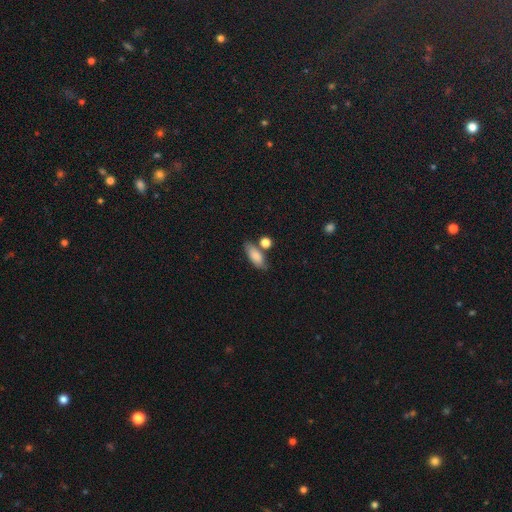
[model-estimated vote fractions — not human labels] Q: Smooth or featured?
A: smooth (83%); runner-up: featured or disk (10%)
Q: How rounded?
A: in between (80%); runner-up: cigar-shaped (15%)
Q: Merging?
A: none (65%); runner-up: merger (16%)